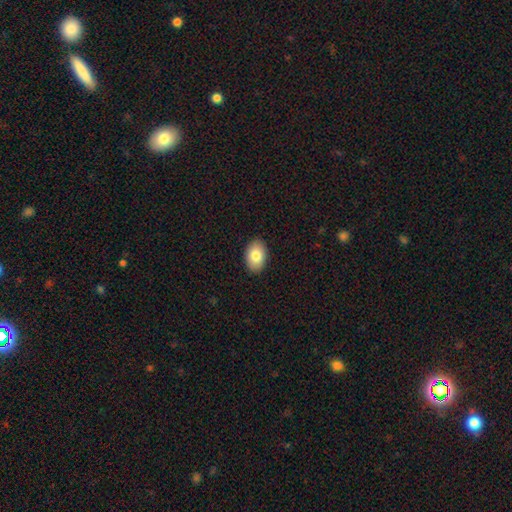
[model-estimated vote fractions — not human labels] smooth_or_featured: smooth (p=0.82) [alt: featured or disk p=0.11]
how_rounded: in between (p=0.89) [alt: round p=0.10]
merging: none (p=0.90) [alt: minor disturbance p=0.07]